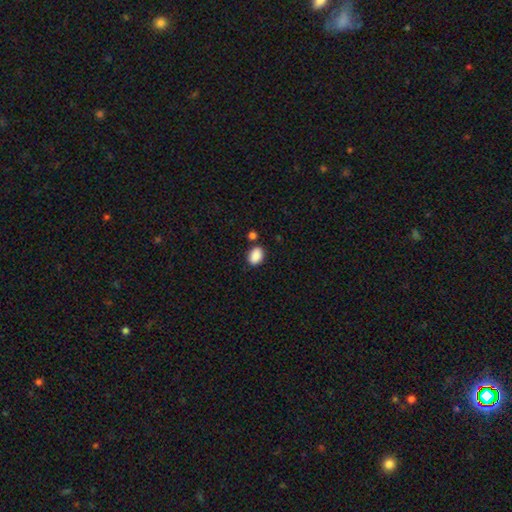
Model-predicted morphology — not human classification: A smooth galaxy with no disk features (89%) that is in between round and cigar-shaped (78%). Merging: none (77%).